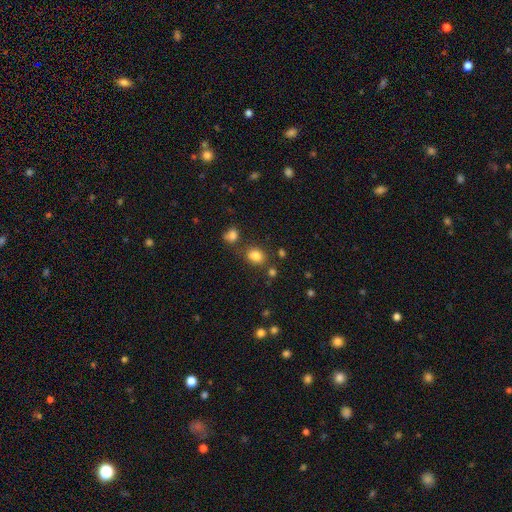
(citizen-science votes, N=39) Q: Smooth or featured?
A: smooth (92%); runner-up: featured or disk (5%)
Q: How rounded?
A: in between (61%); runner-up: round (39%)
Q: Merging?
A: none (74%); runner-up: minor disturbance (21%)